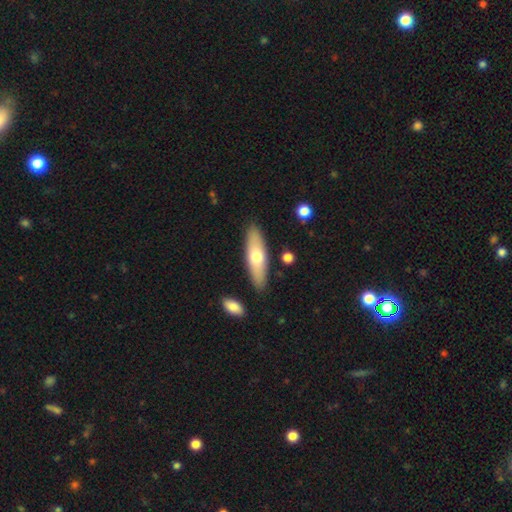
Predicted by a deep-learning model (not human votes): smooth-or-featured: smooth: 60% | featured or disk: 35% | star or artifact: 5%
  how-rounded: cigar-shaped: 53% | in between: 45% | round: 2%
  merging: none: 87% | minor disturbance: 9% | merger: 3% | major disturbance: 2%